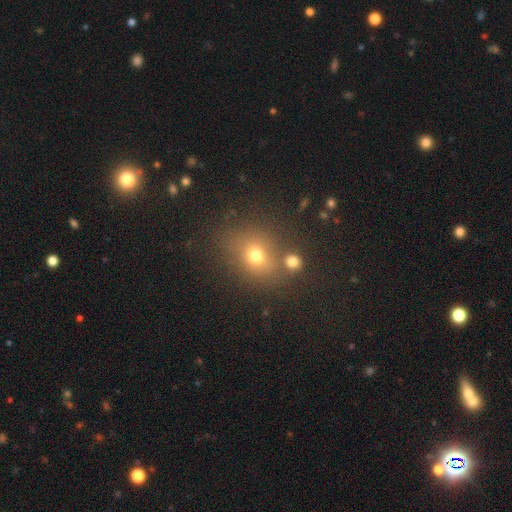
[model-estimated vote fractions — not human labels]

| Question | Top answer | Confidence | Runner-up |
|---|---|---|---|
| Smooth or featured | smooth | 69% | star or artifact (19%) |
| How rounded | round | 58% | in between (40%) |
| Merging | none | 63% | merger (18%) |